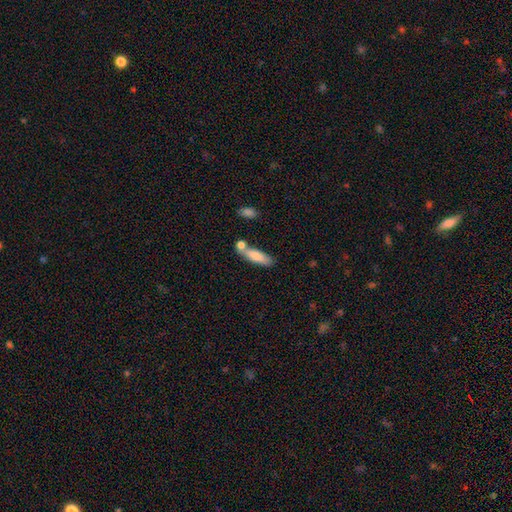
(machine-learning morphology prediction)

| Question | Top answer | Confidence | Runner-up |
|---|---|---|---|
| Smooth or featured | smooth | 81% | featured or disk (12%) |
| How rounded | cigar-shaped | 54% | in between (44%) |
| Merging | none | 55% | merger (25%) |